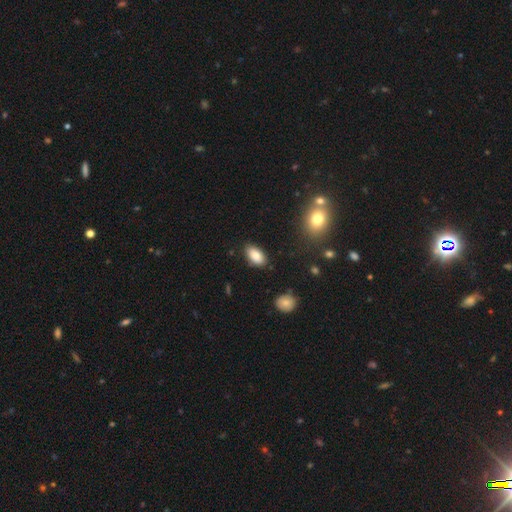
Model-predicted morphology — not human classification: smooth 86%, star or artifact 8%, featured or disk 7%. Down the decision tree: how rounded — in between (93%); merging — none (84%).